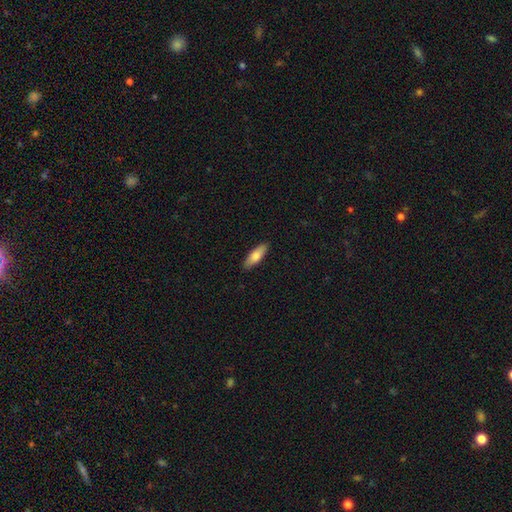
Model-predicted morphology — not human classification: smooth_or_featured: smooth (p=0.77) [alt: featured or disk p=0.17]
how_rounded: in between (p=0.61) [alt: cigar-shaped p=0.37]
merging: none (p=0.88) [alt: minor disturbance p=0.09]